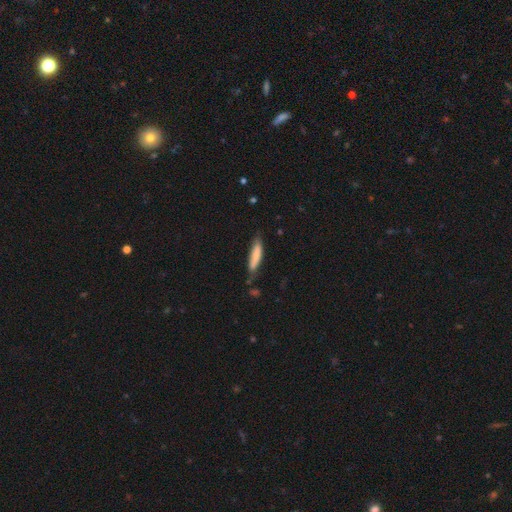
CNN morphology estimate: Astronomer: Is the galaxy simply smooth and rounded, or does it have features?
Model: smooth — 77%.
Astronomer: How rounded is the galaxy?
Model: cigar-shaped — 80%.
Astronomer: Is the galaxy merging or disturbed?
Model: none — 63%.